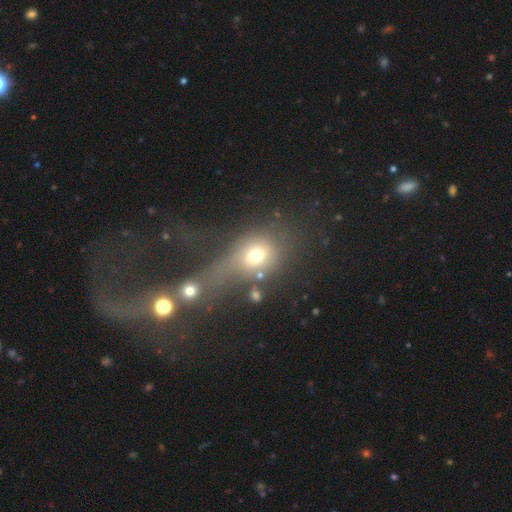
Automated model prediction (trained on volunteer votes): Overall: smooth (66%). How rounded: round (55%; in between 41%). Merging: merger (38%; major disturbance 26%).